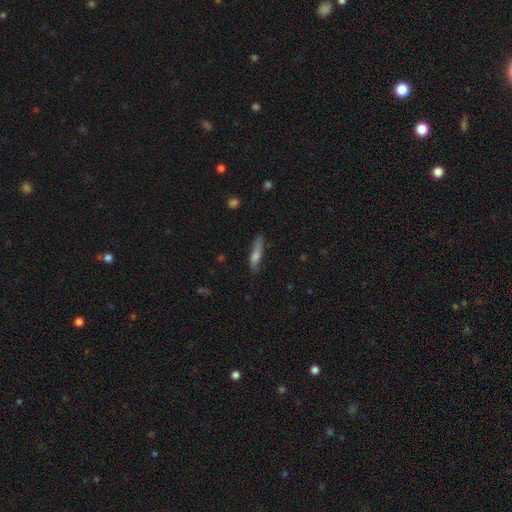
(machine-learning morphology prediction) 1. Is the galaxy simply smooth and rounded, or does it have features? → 66% smooth, 28% featured or disk, 7% star or artifact.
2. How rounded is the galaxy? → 80% cigar-shaped, 18% in between, 2% round.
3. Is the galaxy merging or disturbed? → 75% none, 19% minor disturbance, 4% major disturbance, 2% merger.